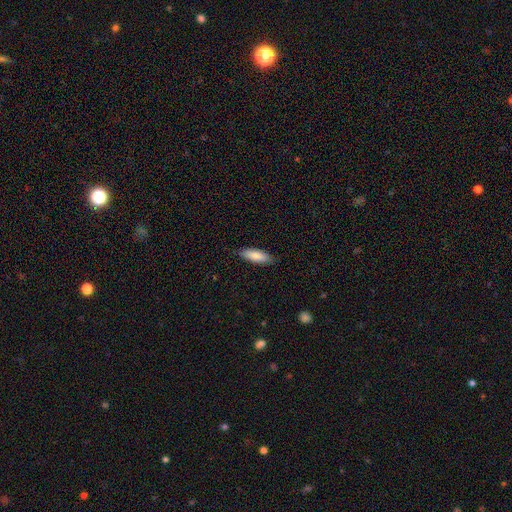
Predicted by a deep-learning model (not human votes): Overall: smooth (84%). How rounded: in between (55%; cigar-shaped 43%). Merging: none (85%).